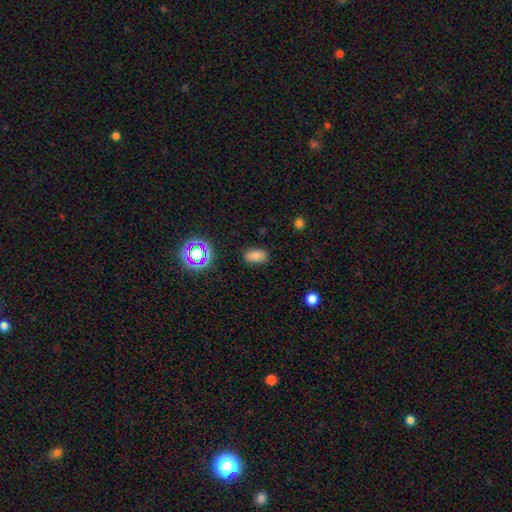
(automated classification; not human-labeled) Morphology: type=smooth (77%); roundness=in between (90%); merging=none (84%).